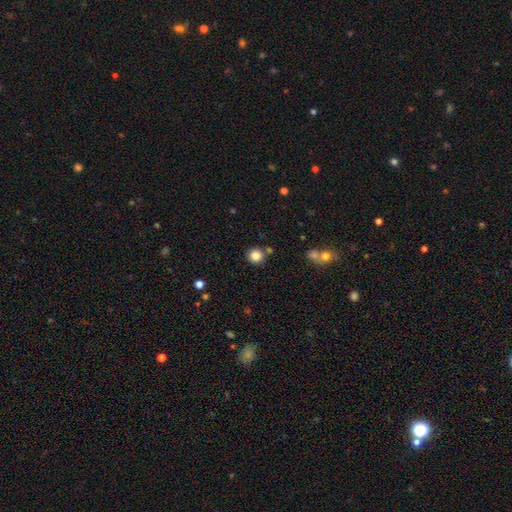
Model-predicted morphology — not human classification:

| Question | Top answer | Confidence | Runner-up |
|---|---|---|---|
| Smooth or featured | smooth | 84% | star or artifact (11%) |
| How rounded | round | 93% | in between (6%) |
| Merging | none | 84% | minor disturbance (8%) |